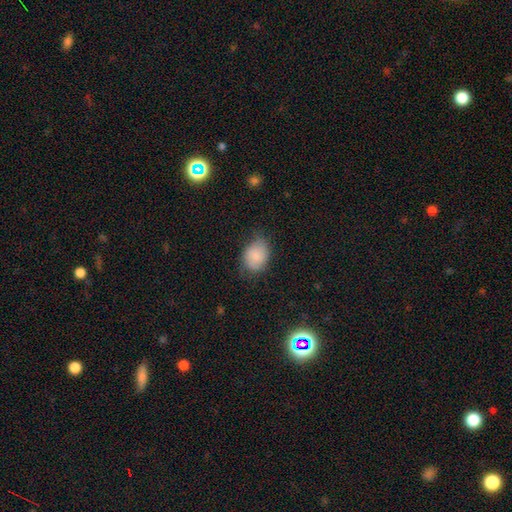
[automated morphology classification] Q: Smooth or featured?
A: smooth (83%); runner-up: featured or disk (9%)
Q: How rounded?
A: in between (61%); runner-up: round (38%)
Q: Merging?
A: none (61%); runner-up: minor disturbance (29%)